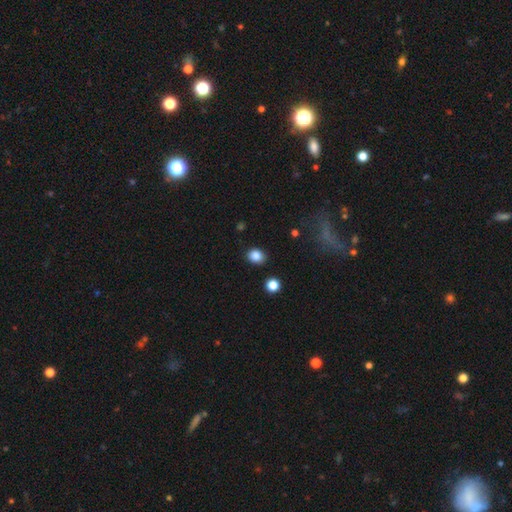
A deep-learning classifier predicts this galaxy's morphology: smooth 86%, star or artifact 10%, featured or disk 4%. Down the decision tree: how rounded — round (52%); merging — none (86%).